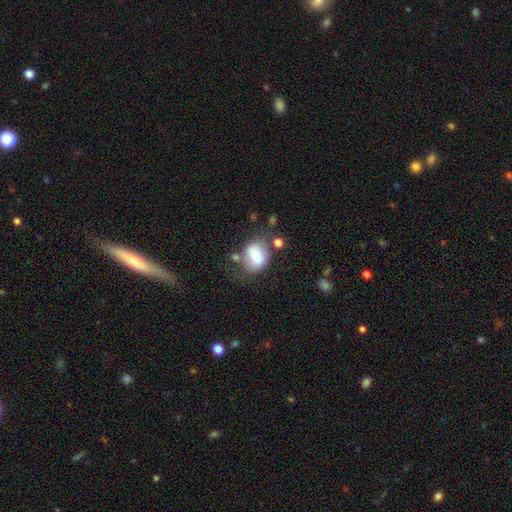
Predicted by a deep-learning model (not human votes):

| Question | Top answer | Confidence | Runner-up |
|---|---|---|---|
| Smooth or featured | smooth | 67% | featured or disk (25%) |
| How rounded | in between | 59% | round (39%) |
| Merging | none | 56% | minor disturbance (20%) |